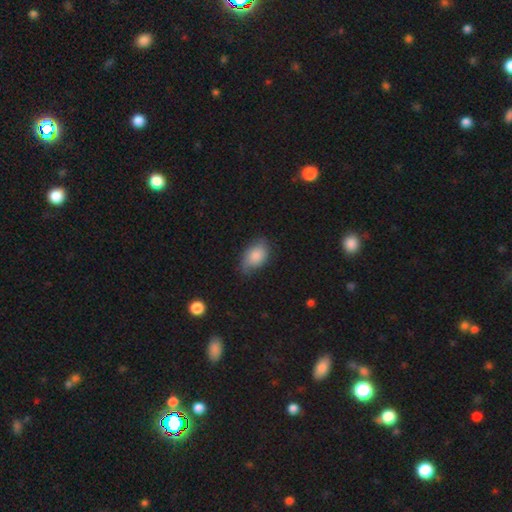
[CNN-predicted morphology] A smooth galaxy with no disk features (82%) that is in between round and cigar-shaped (90%). Merging: none (64%).